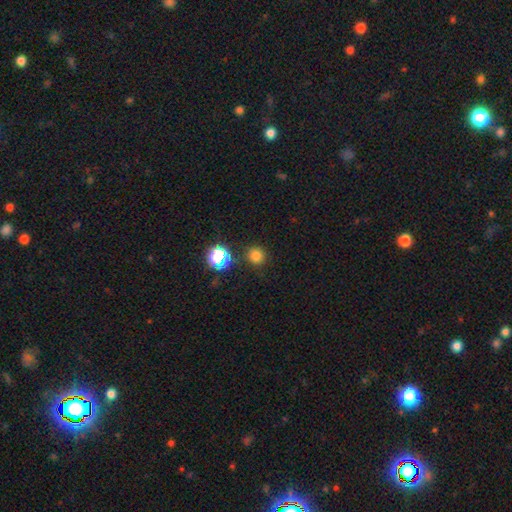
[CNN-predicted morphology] smooth-or-featured: smooth: 75% | star or artifact: 20% | featured or disk: 5%
  how-rounded: round: 91% | in between: 8% | cigar-shaped: 1%
  merging: none: 86% | minor disturbance: 8% | merger: 3% | major disturbance: 3%